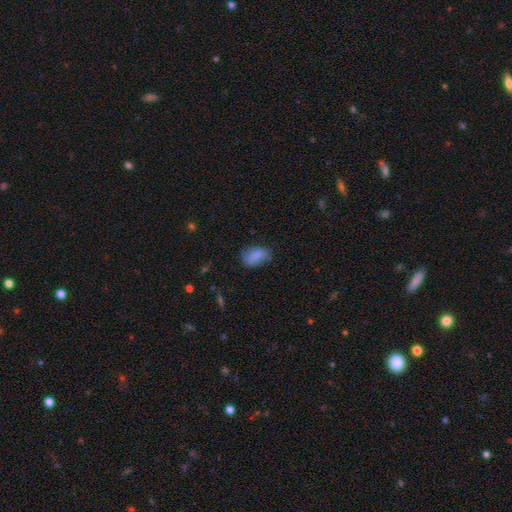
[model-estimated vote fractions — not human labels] smooth-or-featured: smooth: 77% | featured or disk: 15% | star or artifact: 8%
  how-rounded: in between: 85% | round: 13% | cigar-shaped: 2%
  merging: none: 62% | minor disturbance: 28% | major disturbance: 9% | merger: 2%